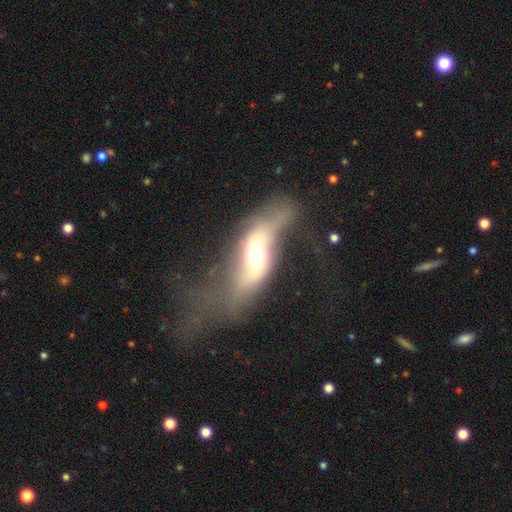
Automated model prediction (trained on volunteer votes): smooth_or_featured: featured or disk (p=0.63) [alt: smooth p=0.29]
disk_edge_on: no (p=0.76) [alt: yes p=0.24]
merging: major disturbance (p=0.49) [alt: none p=0.23]